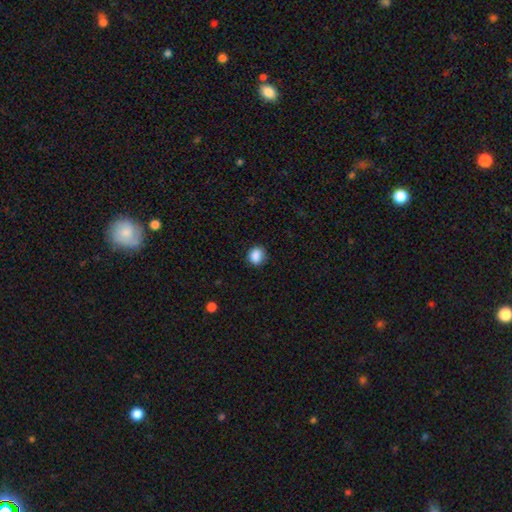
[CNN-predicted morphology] Smooth or featured: smooth — 88% (star or artifact — 9%)
How rounded: round — 67% (in between — 32%)
Merging: none — 80% (minor disturbance — 15%)